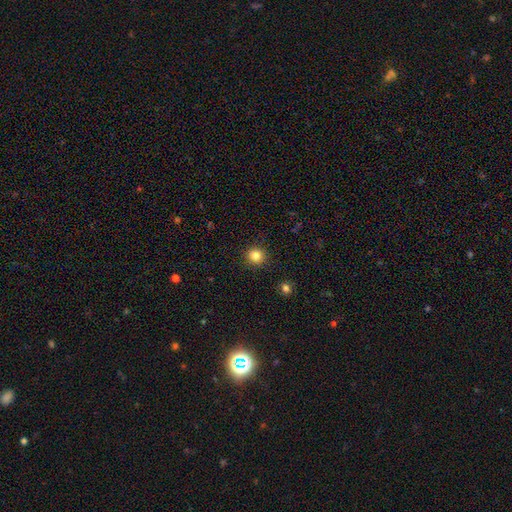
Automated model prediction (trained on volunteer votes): smooth-or-featured: smooth: 83% | star or artifact: 12% | featured or disk: 5%
  how-rounded: round: 93% | in between: 6% | cigar-shaped: 1%
  merging: none: 91% | minor disturbance: 6% | major disturbance: 2% | merger: 1%